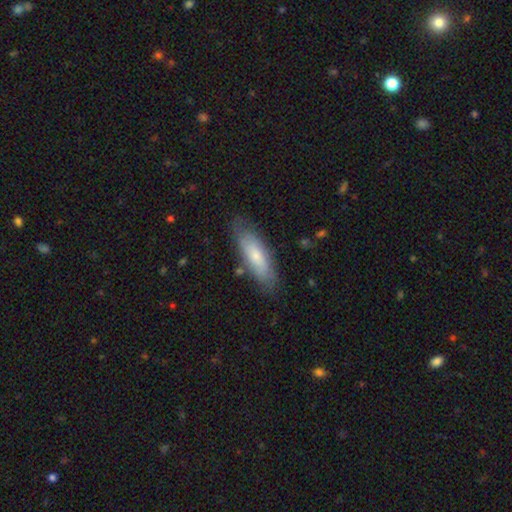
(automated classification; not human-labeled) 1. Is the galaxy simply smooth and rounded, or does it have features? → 62% smooth, 32% featured or disk, 6% star or artifact.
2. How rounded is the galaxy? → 54% in between, 44% cigar-shaped, 2% round.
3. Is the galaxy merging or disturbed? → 77% none, 17% minor disturbance, 4% major disturbance, 2% merger.